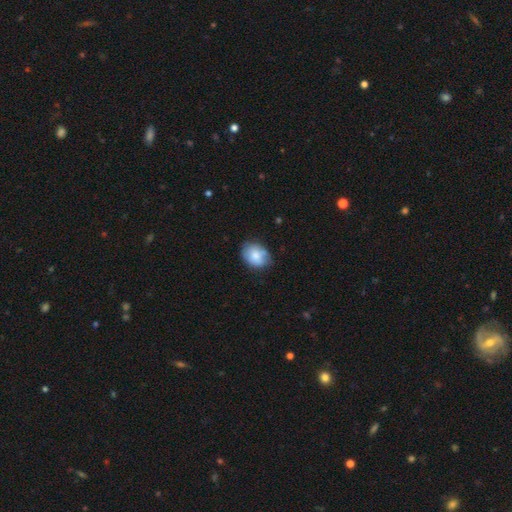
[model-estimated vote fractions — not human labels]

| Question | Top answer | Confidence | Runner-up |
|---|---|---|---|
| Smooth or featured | smooth | 77% | featured or disk (16%) |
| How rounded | in between | 58% | round (41%) |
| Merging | none | 67% | minor disturbance (26%) |